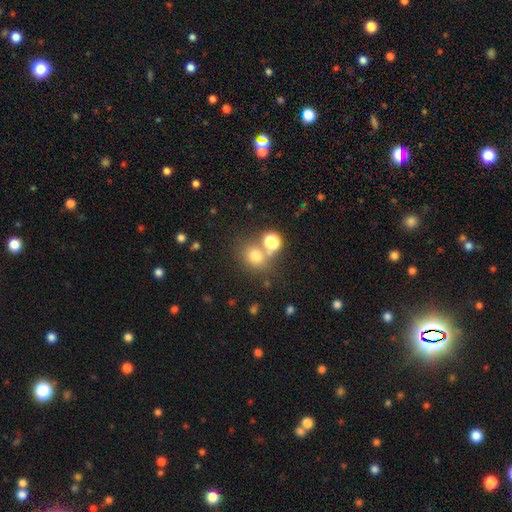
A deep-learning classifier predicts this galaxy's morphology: A smooth galaxy with no disk features (72%) that is round (77%).

Vote fractions:
- Smooth or featured? smooth: 72% / star or artifact: 17% / featured or disk: 10%
- How rounded? round: 77% / in between: 22% / cigar-shaped: 1%
- Merging? none: 58% / merger: 27% / minor disturbance: 10% / major disturbance: 5%